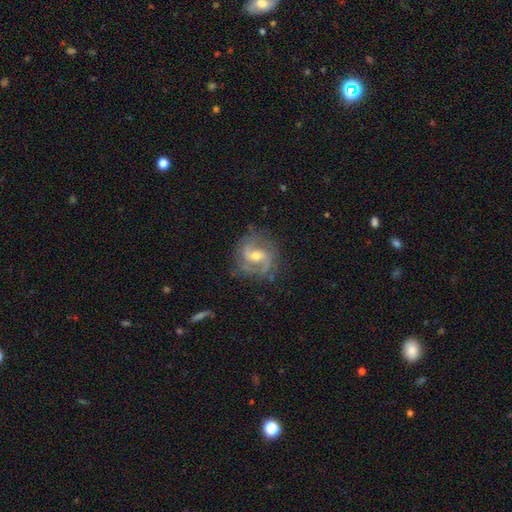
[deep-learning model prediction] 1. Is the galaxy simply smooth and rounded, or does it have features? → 85% featured or disk, 8% smooth, 7% star or artifact.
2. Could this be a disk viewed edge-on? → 97% no, 3% yes.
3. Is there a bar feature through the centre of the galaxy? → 50% weak, 31% no, 19% strong.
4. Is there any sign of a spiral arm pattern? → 95% yes, 5% no.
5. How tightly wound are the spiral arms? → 51% medium, 25% tight, 24% loose.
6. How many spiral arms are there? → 80% 2, 8% can't tell, 6% 3, 3% 1, 2% 4, 2% more than 4.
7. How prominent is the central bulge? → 59% moderate, 37% small, 2% large, 1% none, 1% dominant.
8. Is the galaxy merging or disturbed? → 74% none, 17% minor disturbance, 7% major disturbance, 1% merger.